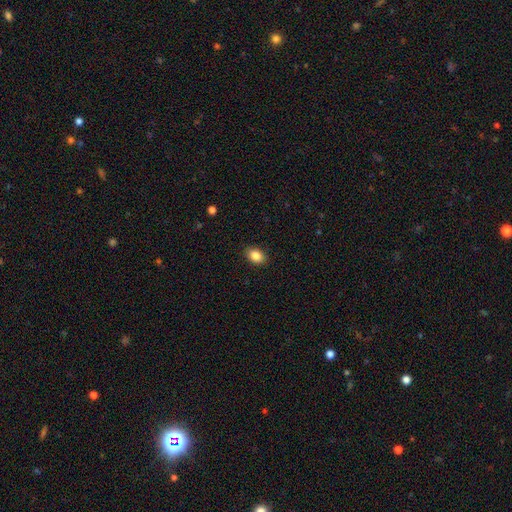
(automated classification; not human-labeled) The model was most divided on "how rounded": in between: 79%, round: 20%, cigar-shaped: 1%. More confident: merging — none (90%); smooth or featured — smooth (86%).